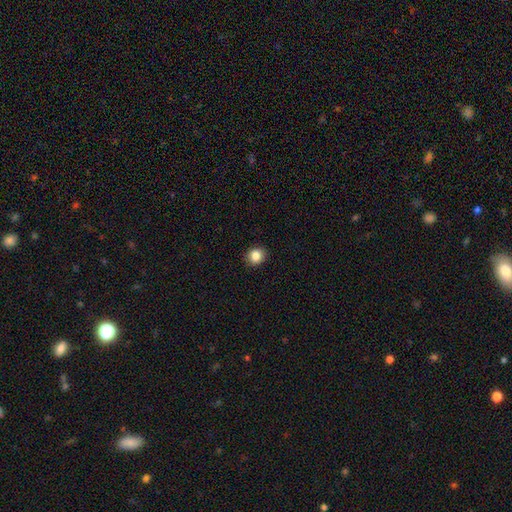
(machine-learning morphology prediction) A smooth galaxy with no disk features (85%) that is round (76%). Merging: none (91%).